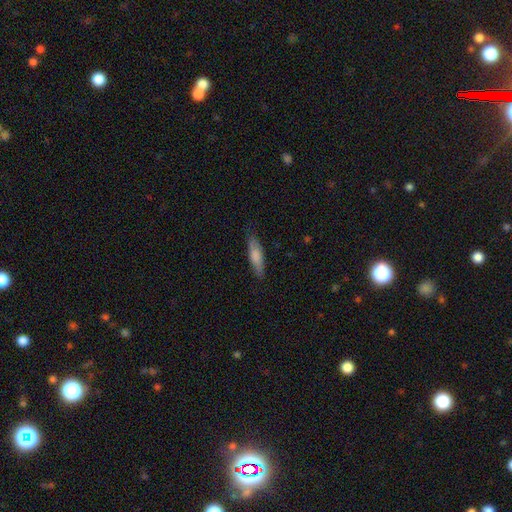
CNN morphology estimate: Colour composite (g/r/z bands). It shows a smooth galaxy with no disk features (75%) that is cigar-shaped (64%). Merging: none (81%).